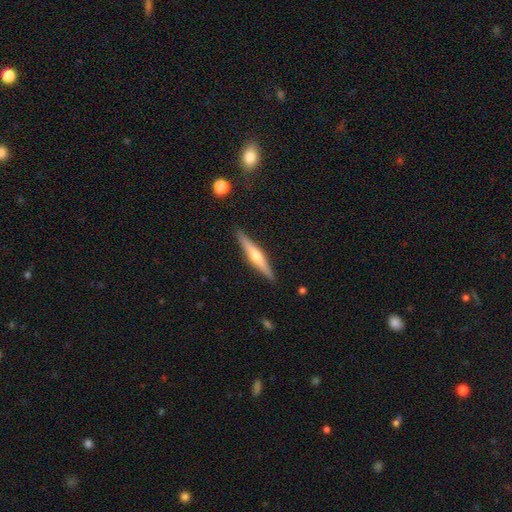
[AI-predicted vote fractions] Smooth or featured? featured or disk (66%)
Edge-on disk? yes (97%)
Edge-on bulge? rounded (87%)
Merging? none (90%)